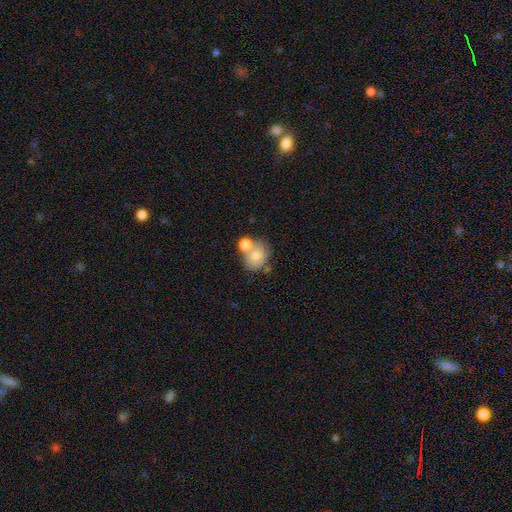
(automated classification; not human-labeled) Smooth or featured? smooth (72%)
How rounded? round (65%)
Merging? merger (45%)